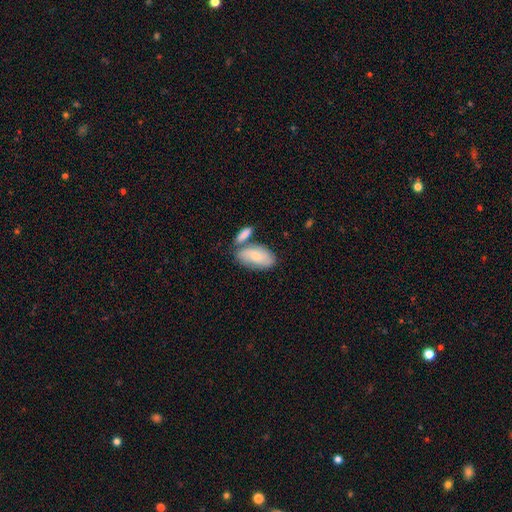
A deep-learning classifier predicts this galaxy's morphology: A smooth galaxy with no disk features (72%) that is in between round and cigar-shaped (91%).

Vote fractions:
- Smooth or featured? smooth: 72% / featured or disk: 22% / star or artifact: 6%
- How rounded? in between: 91% / cigar-shaped: 5% / round: 3%
- Merging? none: 45% / merger: 34% / minor disturbance: 16% / major disturbance: 5%